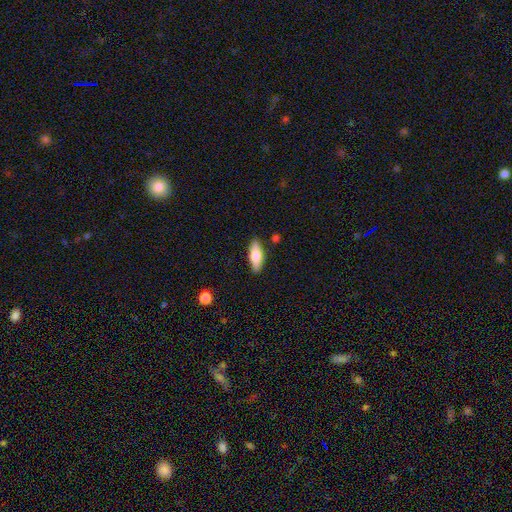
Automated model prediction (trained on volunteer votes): Morphology: type=smooth (69%); roundness=in between (66%); merging=none (86%).